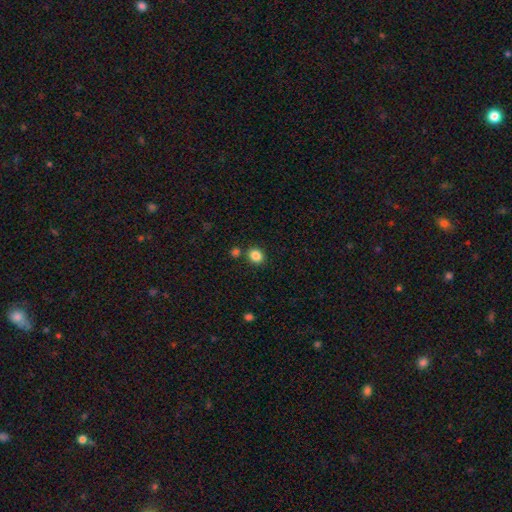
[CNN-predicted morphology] smooth 86%, star or artifact 10%, featured or disk 4%. Down the decision tree: how rounded — round (69%); merging — none (81%).